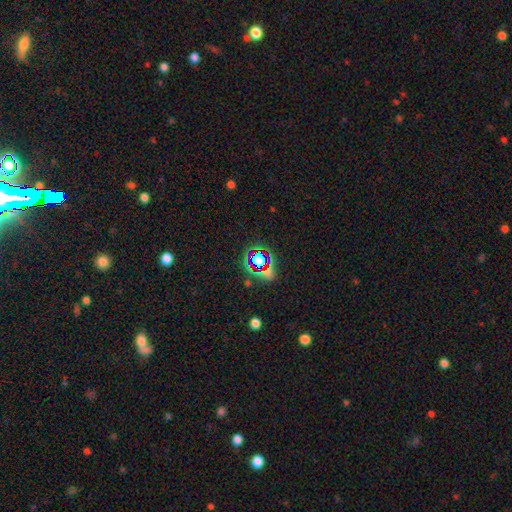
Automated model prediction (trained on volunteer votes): Smooth or featured?
  - star or artifact: 68% *
  - smooth: 21%
  - featured or disk: 11%